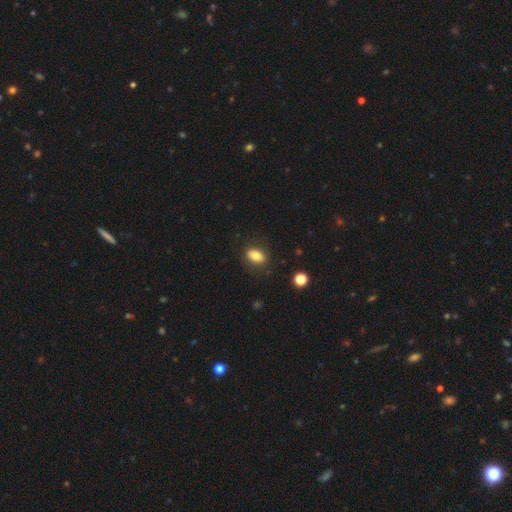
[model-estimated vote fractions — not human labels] The model was most divided on "how rounded": in between: 83%, round: 14%, cigar-shaped: 3%. More confident: merging — none (84%); smooth or featured — smooth (81%).